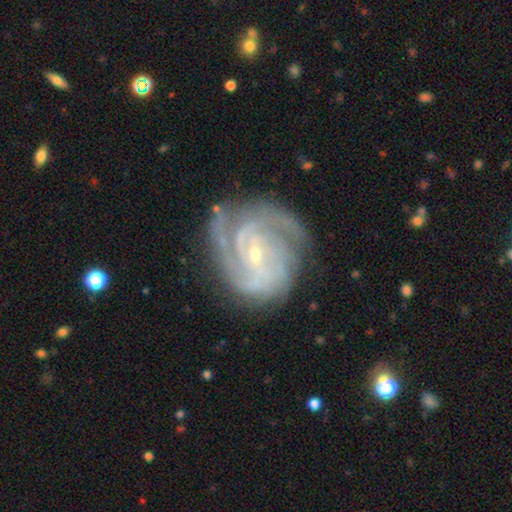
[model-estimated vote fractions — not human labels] Smooth or featured? featured or disk (89%)
Edge-on disk? no (98%)
Bar? no (43%)
Spiral arms? yes (98%)
Spiral winding? tight (64%)
Spiral arm count? 3 (32%)
Bulge size? small (82%)
Merging? none (74%)